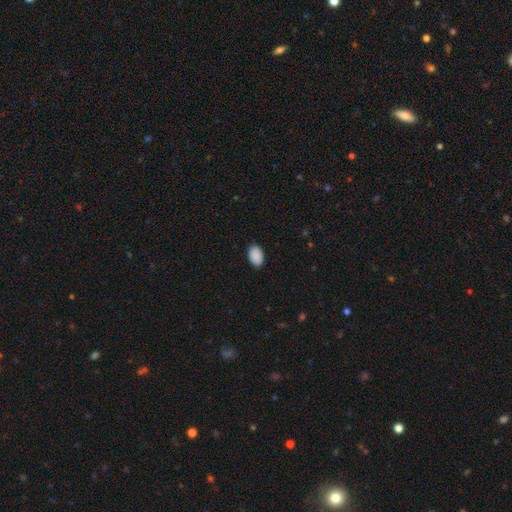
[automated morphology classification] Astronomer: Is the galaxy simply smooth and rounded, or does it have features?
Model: smooth — 91%.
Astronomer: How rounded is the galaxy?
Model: in between — 90%.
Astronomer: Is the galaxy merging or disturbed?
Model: none — 88%.